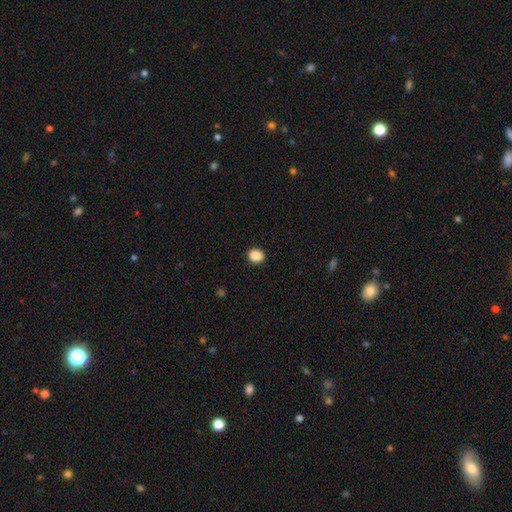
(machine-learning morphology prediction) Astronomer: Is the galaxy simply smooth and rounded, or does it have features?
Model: smooth — 88%.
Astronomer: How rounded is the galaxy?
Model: round — 68%.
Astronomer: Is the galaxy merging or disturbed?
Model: none — 92%.